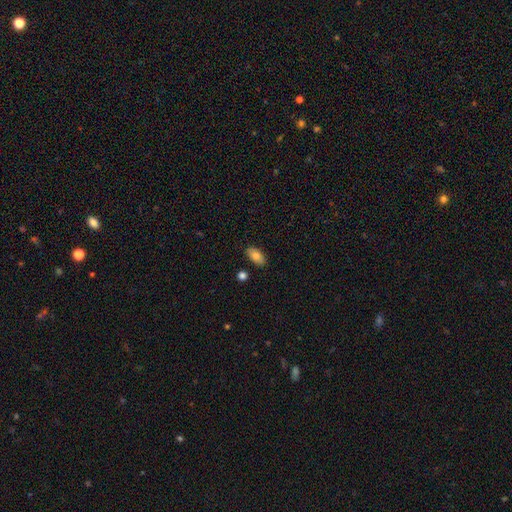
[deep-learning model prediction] A smooth galaxy with no disk features (81%) that is in between round and cigar-shaped (92%).

Vote fractions:
- Smooth or featured? smooth: 81% / featured or disk: 12% / star or artifact: 7%
- How rounded? in between: 92% / cigar-shaped: 4% / round: 4%
- Merging? none: 85% / minor disturbance: 10% / merger: 2% / major disturbance: 2%